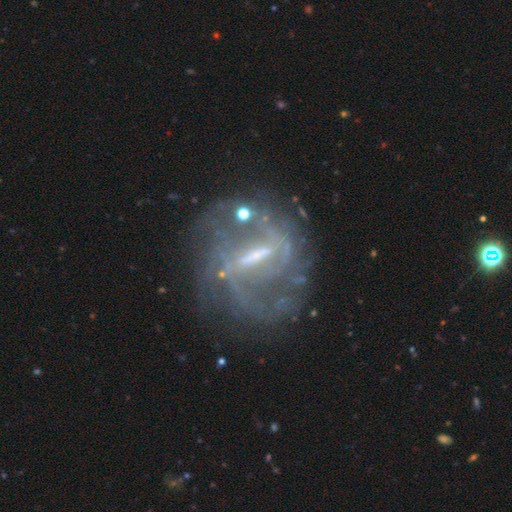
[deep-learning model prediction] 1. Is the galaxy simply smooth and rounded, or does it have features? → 83% featured or disk, 9% star or artifact, 8% smooth.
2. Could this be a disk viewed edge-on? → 94% no, 6% yes.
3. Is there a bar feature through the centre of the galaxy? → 60% strong, 31% weak, 9% no.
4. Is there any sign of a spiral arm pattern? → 81% yes, 19% no.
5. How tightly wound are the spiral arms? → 39% medium, 37% tight, 24% loose.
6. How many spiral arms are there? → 40% 2, 34% can't tell, 10% 3, 6% 1, 6% 4, 4% more than 4.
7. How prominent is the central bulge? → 40% small, 30% moderate, 24% none, 4% large, 1% dominant.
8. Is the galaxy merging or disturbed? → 60% none, 18% minor disturbance, 17% major disturbance, 4% merger.